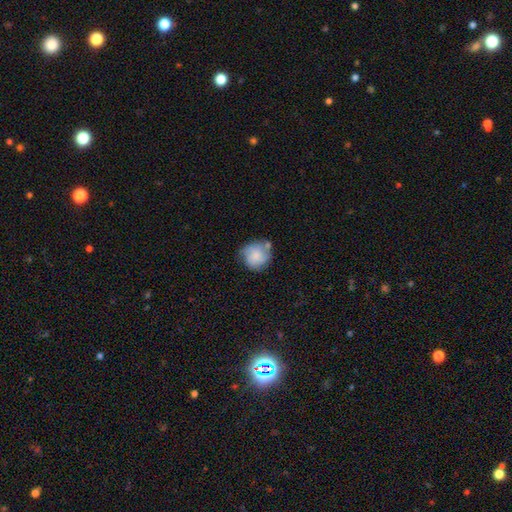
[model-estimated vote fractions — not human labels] Smooth or featured: smooth — 66% (featured or disk — 26%)
How rounded: round — 84% (in between — 15%)
Merging: none — 53% (minor disturbance — 26%)